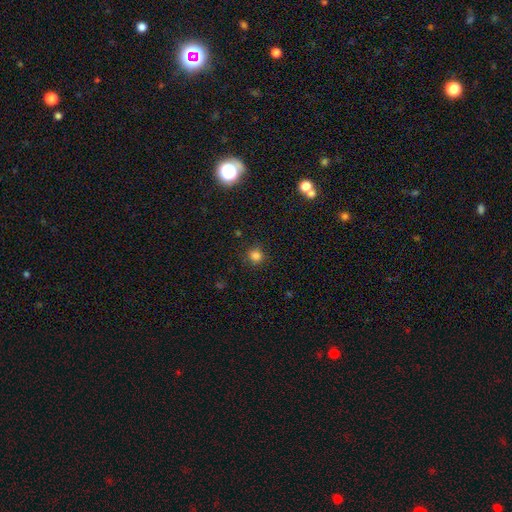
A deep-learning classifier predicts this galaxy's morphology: A smooth galaxy with no disk features (80%) that is round (88%).

Vote fractions:
- Smooth or featured? smooth: 80% / star or artifact: 15% / featured or disk: 5%
- How rounded? round: 88% / in between: 11% / cigar-shaped: 1%
- Merging? none: 83% / minor disturbance: 11% / major disturbance: 3% / merger: 2%